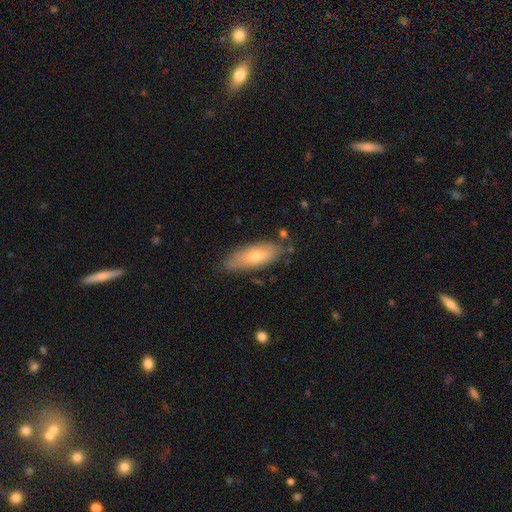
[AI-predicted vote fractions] This is likely a smooth galaxy (64%). How rounded: likely in between (66%). Merging: likely none (77%).